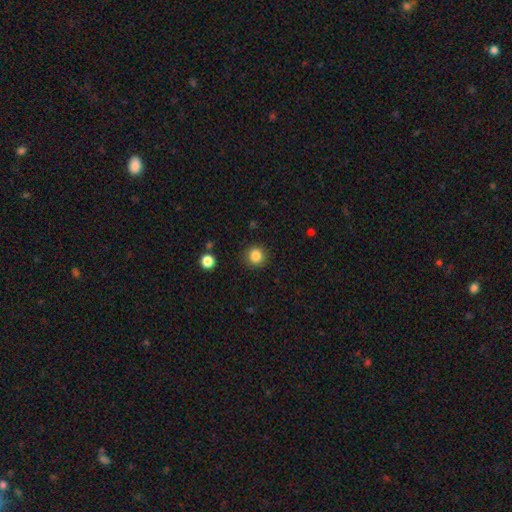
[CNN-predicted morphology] smooth 85%, star or artifact 11%, featured or disk 4%. Down the decision tree: how rounded — round (93%); merging — none (90%).